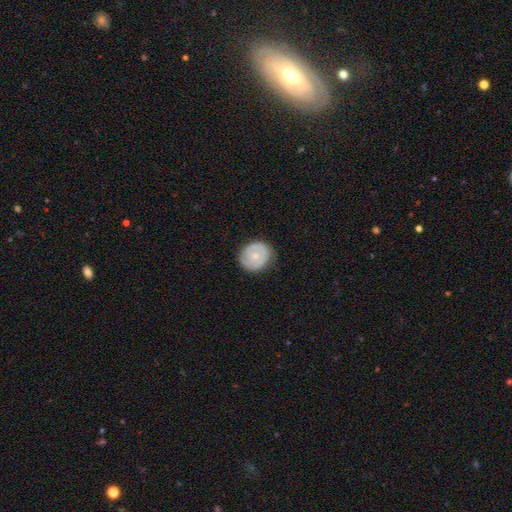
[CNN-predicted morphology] This is possibly a smooth galaxy (48%). Merging: clearly none (81%).